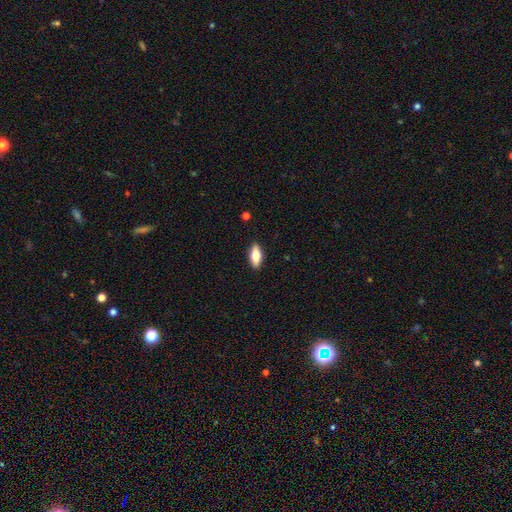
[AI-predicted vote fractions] Overall: smooth (69%). How rounded: in between (79%). Merging: none (89%).